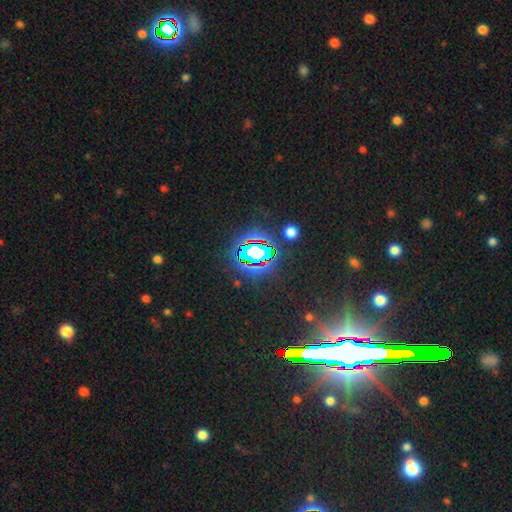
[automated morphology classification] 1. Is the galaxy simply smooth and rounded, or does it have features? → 83% star or artifact, 9% featured or disk, 8% smooth.